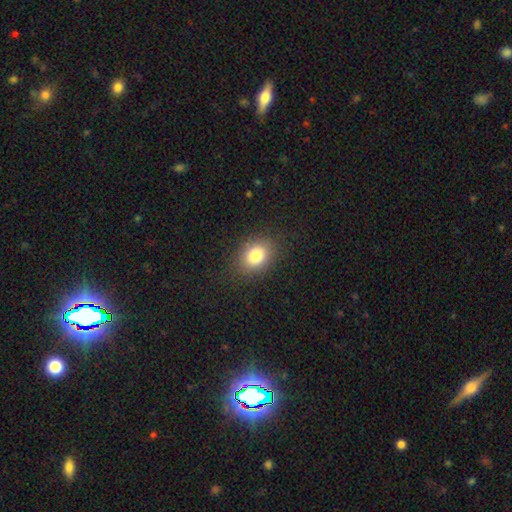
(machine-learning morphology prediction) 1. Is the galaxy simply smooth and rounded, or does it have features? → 83% smooth, 10% star or artifact, 8% featured or disk.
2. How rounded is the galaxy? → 66% in between, 32% round, 1% cigar-shaped.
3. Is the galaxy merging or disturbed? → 85% none, 10% minor disturbance, 4% major disturbance, 1% merger.